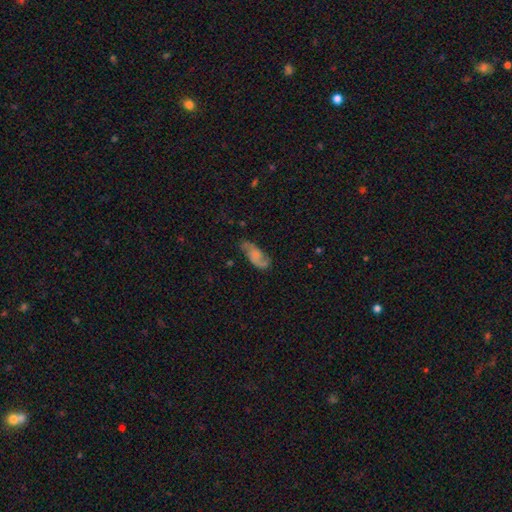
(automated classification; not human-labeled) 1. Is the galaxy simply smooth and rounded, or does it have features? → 57% featured or disk, 34% smooth, 9% star or artifact.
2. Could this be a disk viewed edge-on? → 92% no, 8% yes.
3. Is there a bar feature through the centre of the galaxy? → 63% no, 30% weak, 7% strong.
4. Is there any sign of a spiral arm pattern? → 90% yes, 10% no.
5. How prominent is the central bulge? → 57% none, 19% small, 14% moderate, 8% large, 2% dominant.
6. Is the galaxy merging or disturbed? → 64% none, 23% minor disturbance, 11% major disturbance, 3% merger.